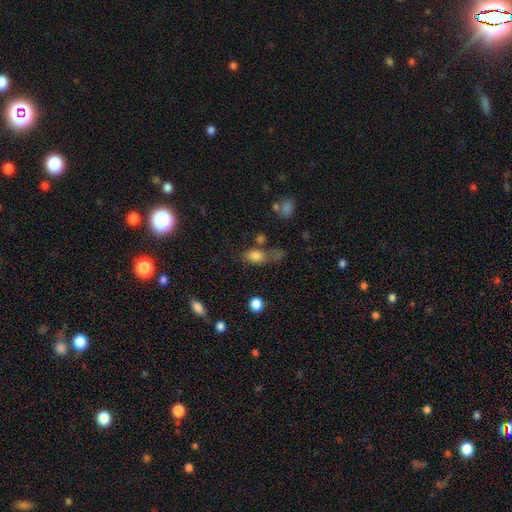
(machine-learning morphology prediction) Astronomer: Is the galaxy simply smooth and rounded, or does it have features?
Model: smooth — 80%.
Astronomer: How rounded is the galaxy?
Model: in between — 76%.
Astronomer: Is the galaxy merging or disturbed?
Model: none — 45% (runner-up: merger, 21%).